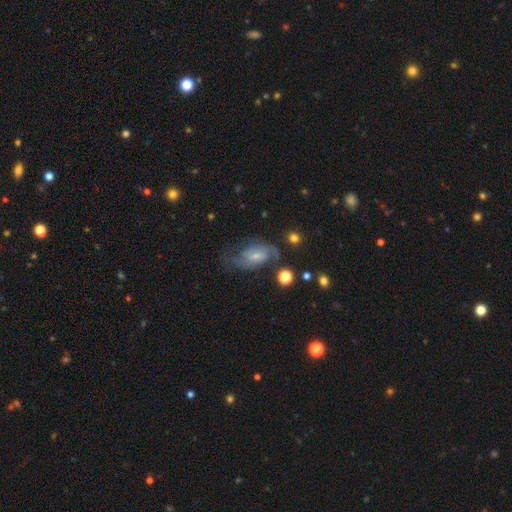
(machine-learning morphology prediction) featured or disk 71%, smooth 22%, star or artifact 8%. Down the decision tree: edge-on disk — no (96%); bar — no (48%); spiral arms — yes (90%); spiral arm count — 2 (71%); spiral winding — medium (45%); bulge size — small (60%); merging — none (54%).